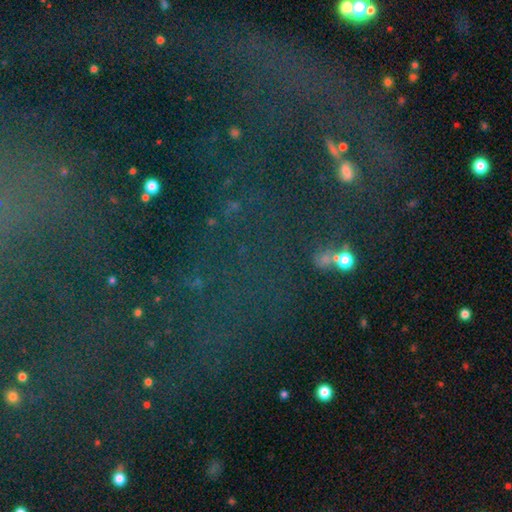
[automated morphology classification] Smooth or featured? Predicted: star or artifact (p=0.68).